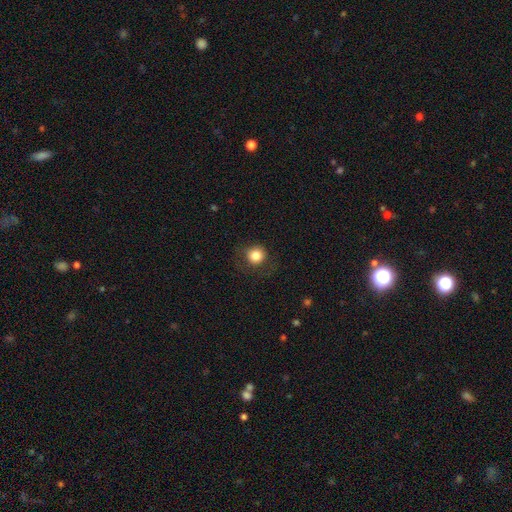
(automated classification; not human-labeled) Smooth or featured: smooth — 83% (star or artifact — 11%)
How rounded: round — 91% (in between — 8%)
Merging: none — 81% (minor disturbance — 12%)